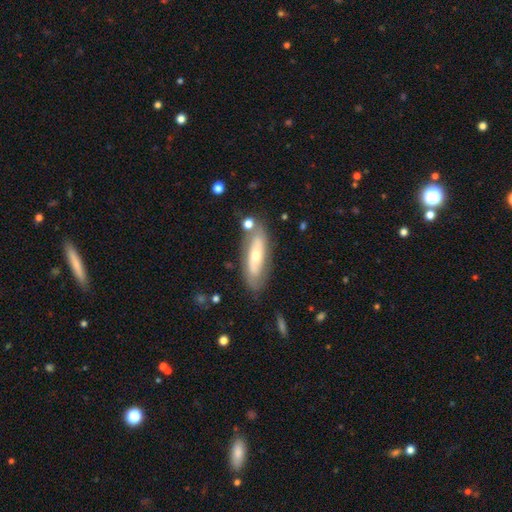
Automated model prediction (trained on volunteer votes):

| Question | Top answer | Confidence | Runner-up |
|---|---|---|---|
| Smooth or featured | featured or disk | 51% | smooth (43%) |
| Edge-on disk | no | 71% | yes (29%) |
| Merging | none | 72% | minor disturbance (16%) |